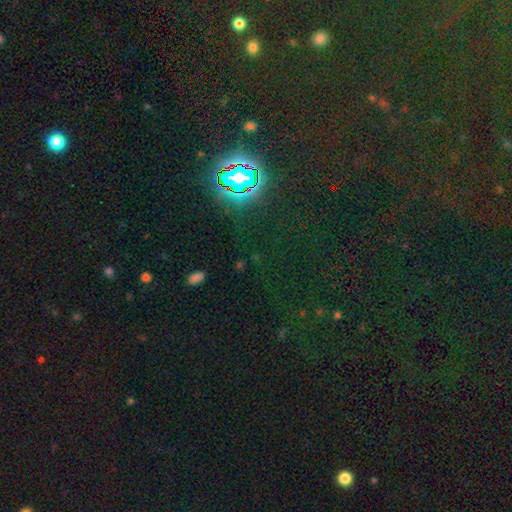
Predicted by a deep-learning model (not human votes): Q: Smooth or featured?
A: star or artifact (83%); runner-up: smooth (11%)